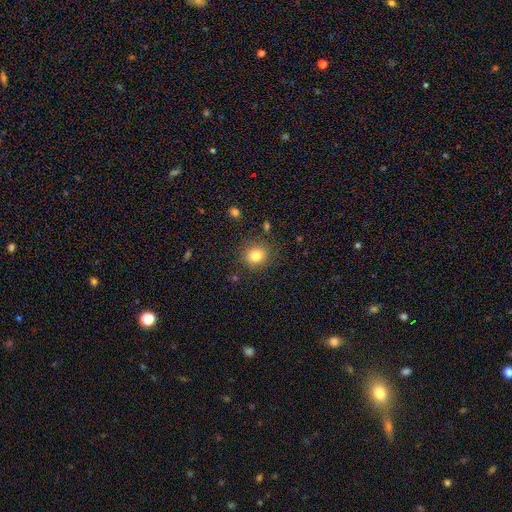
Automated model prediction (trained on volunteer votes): Smooth or featured? smooth (81%)
How rounded? round (85%)
Merging? none (85%)